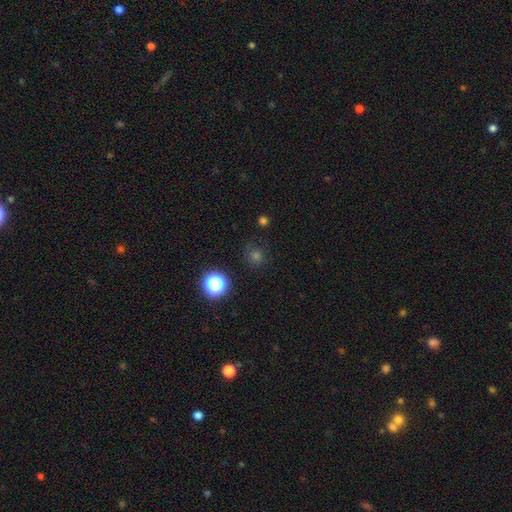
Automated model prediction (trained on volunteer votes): A smooth galaxy with no disk features (63%) that is round (91%).

Vote fractions:
- Smooth or featured? smooth: 63% / star or artifact: 31% / featured or disk: 6%
- How rounded? round: 91% / in between: 7% / cigar-shaped: 1%
- Merging? none: 83% / minor disturbance: 11% / major disturbance: 4% / merger: 2%